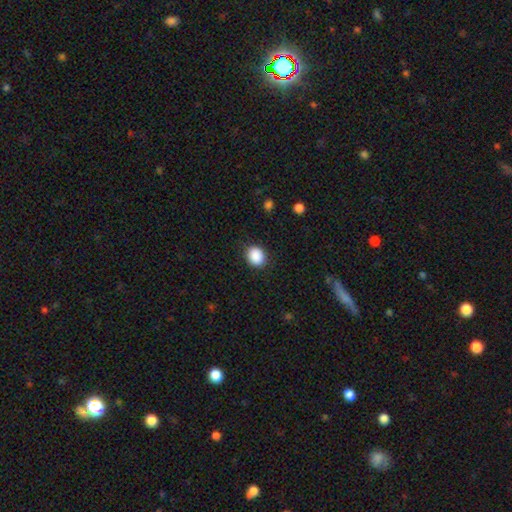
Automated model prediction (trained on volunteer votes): Smooth or featured: smooth — 90% (star or artifact — 8%)
How rounded: round — 62% (in between — 38%)
Merging: none — 89% (minor disturbance — 8%)